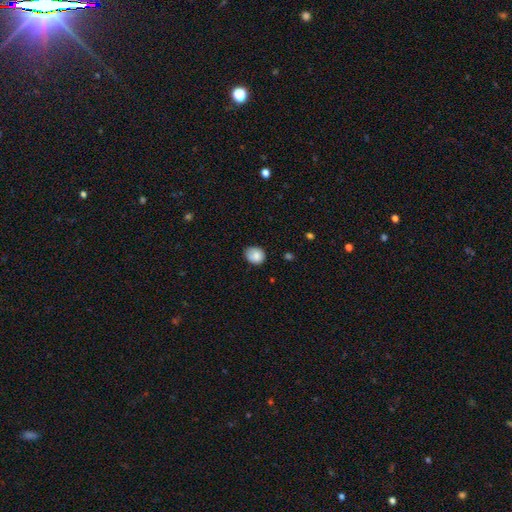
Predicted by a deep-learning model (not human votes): This is clearly a smooth galaxy (83%). How rounded: likely round (64%). Merging: likely none (68%).